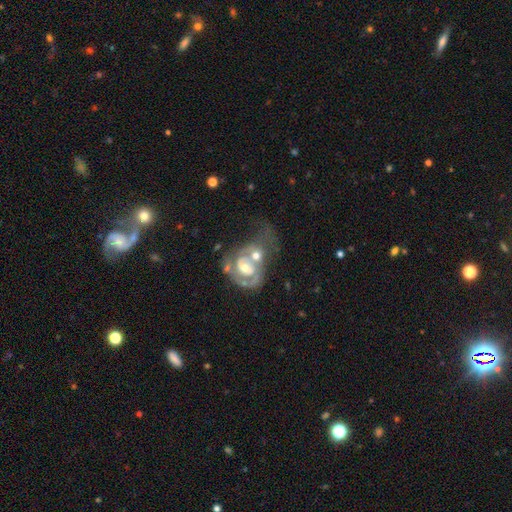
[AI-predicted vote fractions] Smooth or featured?
  - featured or disk: 79% *
  - smooth: 15%
  - star or artifact: 6%
Edge-on disk?
  - no: 97% *
  - yes: 3%
Bar?
  - no: 50% *
  - weak: 37%
  - strong: 14%
Spiral arms?
  - yes: 77% *
  - no: 23%
Spiral winding?
  - tight: 47% *
  - medium: 37%
  - loose: 17%
Spiral arm count?
  - 2: 53% *
  - 1: 21%
  - can't tell: 21%
  - 3: 3%
  - 4: 1%
  - more than 4: 1%
Bulge size?
  - moderate: 63% *
  - small: 27%
  - large: 7%
  - none: 2%
  - dominant: 1%
Merging?
  - merger: 54% *
  - none: 18%
  - major disturbance: 17%
  - minor disturbance: 11%